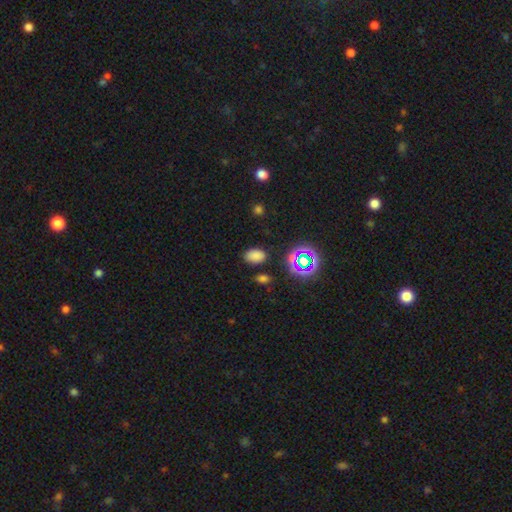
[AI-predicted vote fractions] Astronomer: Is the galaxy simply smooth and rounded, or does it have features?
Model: smooth — 75%.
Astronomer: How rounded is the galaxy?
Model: in between — 86%.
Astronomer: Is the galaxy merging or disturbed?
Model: none — 83%.